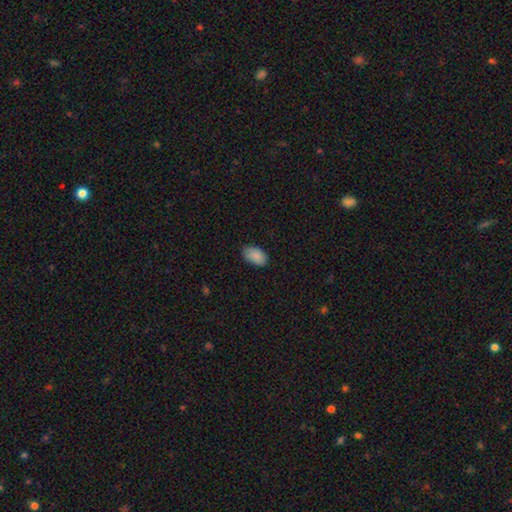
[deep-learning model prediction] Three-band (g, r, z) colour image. It shows a smooth galaxy with no disk features (89%) that is in between round and cigar-shaped (93%). Merging: none (82%).